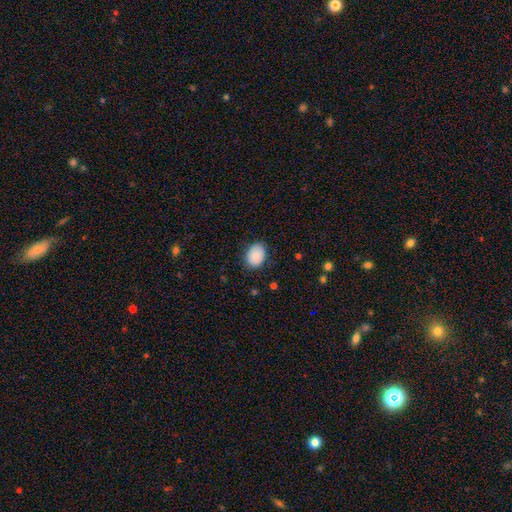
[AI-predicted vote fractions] The model was most divided on "how rounded": in between: 71%, round: 28%, cigar-shaped: 1%. More confident: smooth or featured — smooth (89%); merging — none (85%).